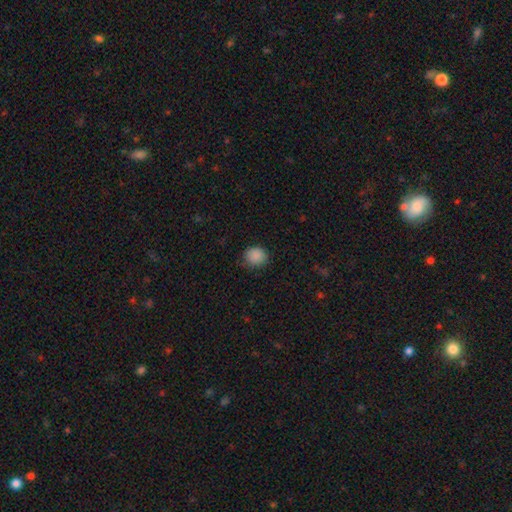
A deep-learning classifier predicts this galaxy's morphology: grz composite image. It shows a smooth galaxy with no disk features (88%) that is round (79%). Merging: none (79%).